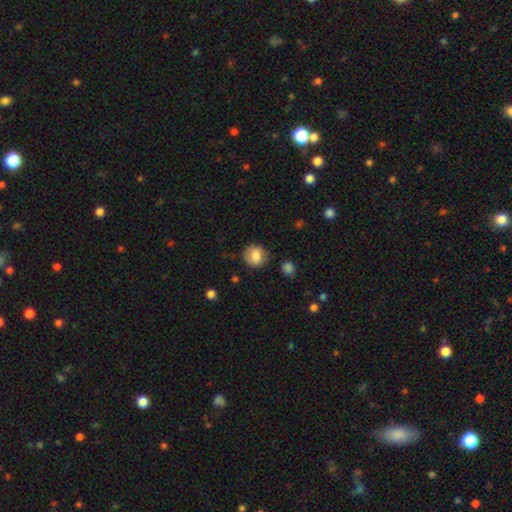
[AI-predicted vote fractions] Morphology: type=smooth (81%); roundness=round (82%); merging=none (81%).